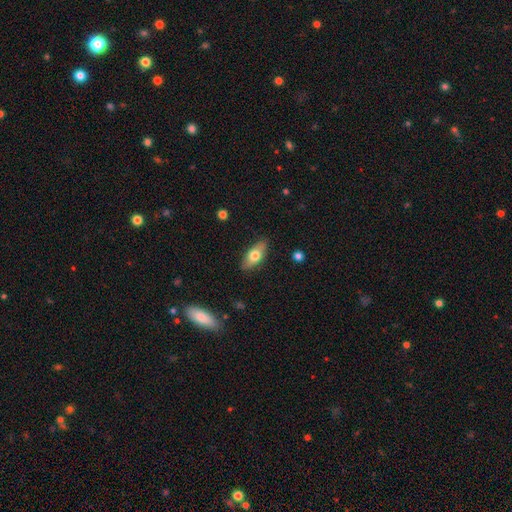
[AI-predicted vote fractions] Morphology: type=smooth (67%); roundness=in between (82%); merging=none (85%).